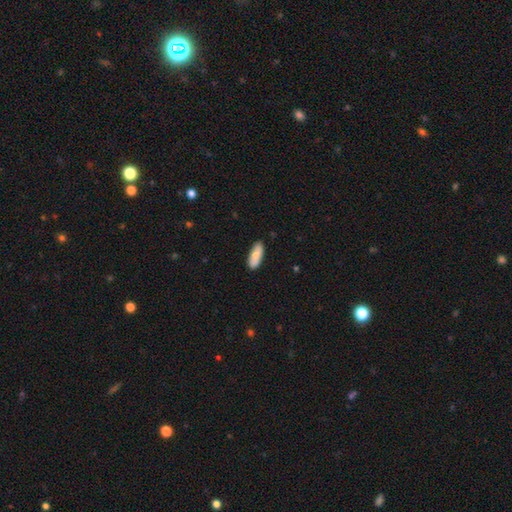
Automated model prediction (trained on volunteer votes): This appears to be a smooth galaxy with no disk features (85%) that is in between round and cigar-shaped (68%). Merging: none (85%).